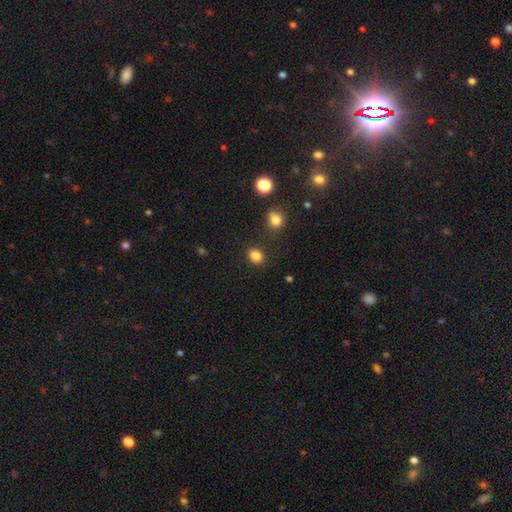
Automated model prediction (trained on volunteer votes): smooth-or-featured: smooth: 84% | star or artifact: 12% | featured or disk: 4%
  how-rounded: round: 53% | in between: 46% | cigar-shaped: 1%
  merging: none: 84% | minor disturbance: 9% | merger: 4% | major disturbance: 3%